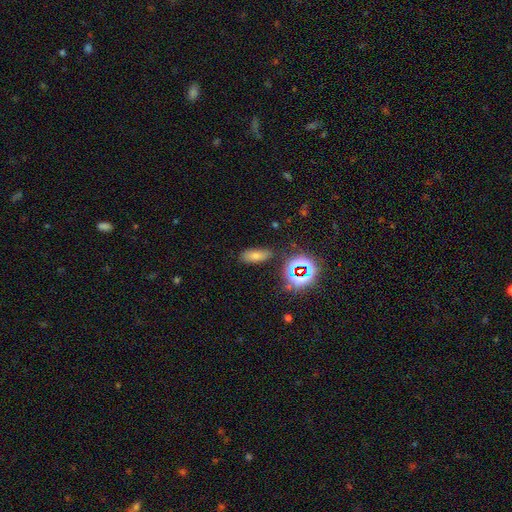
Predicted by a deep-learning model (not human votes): Smooth or featured? Predicted: smooth (p=0.54). How rounded? Predicted: in between (p=0.71). Merging? Predicted: none (p=0.83).